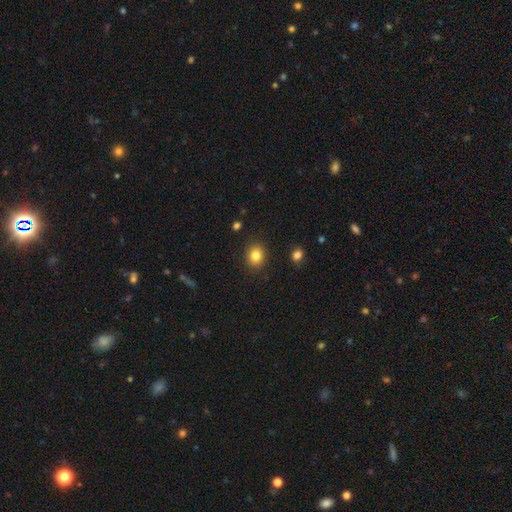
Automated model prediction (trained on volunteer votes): Overall: smooth (83%). How rounded: round (63%; in between 36%). Merging: none (89%).